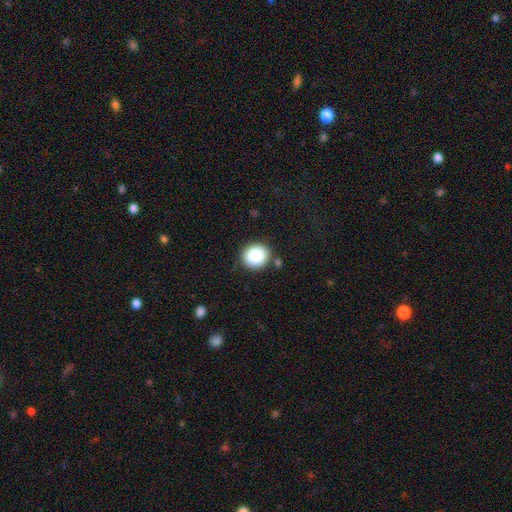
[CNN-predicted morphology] Overall: smooth (87%). How rounded: round (83%). Merging: none (85%).